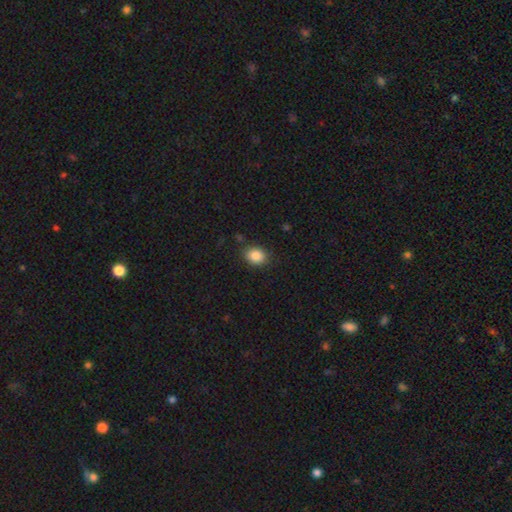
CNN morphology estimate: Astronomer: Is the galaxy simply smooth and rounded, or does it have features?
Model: smooth — 87%.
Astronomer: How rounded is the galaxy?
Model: in between — 50% (runner-up: round, 49%).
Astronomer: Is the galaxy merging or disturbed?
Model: none — 84%.